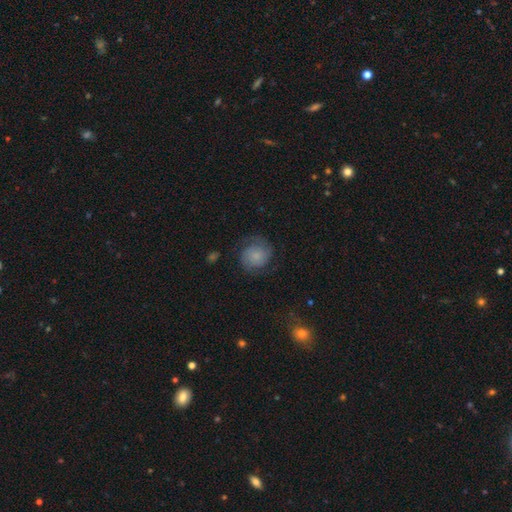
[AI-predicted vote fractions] Morphology: type=featured or disk (49%); merging=none (67%).